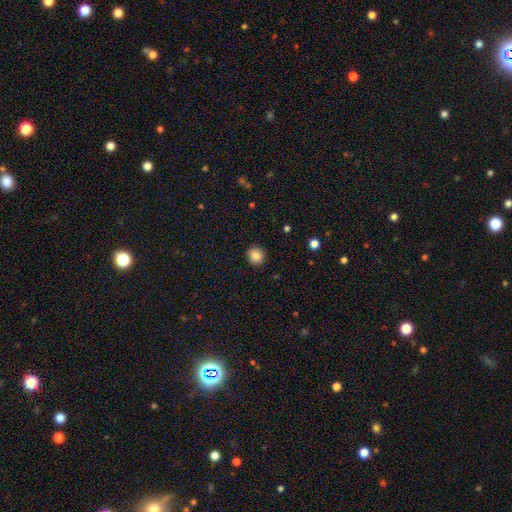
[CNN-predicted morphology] Smooth or featured: smooth — 85% (star or artifact — 10%)
How rounded: round — 90% (in between — 9%)
Merging: none — 92% (minor disturbance — 5%)